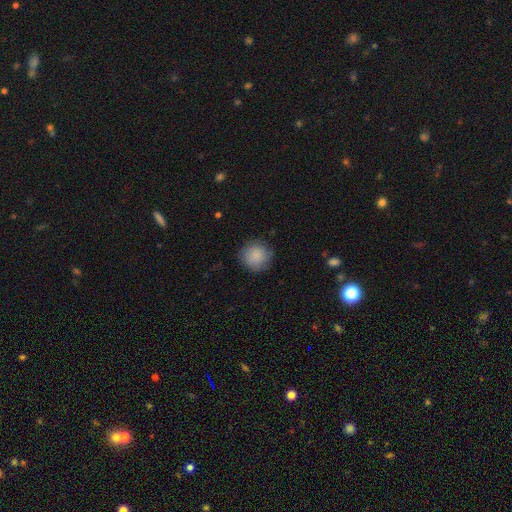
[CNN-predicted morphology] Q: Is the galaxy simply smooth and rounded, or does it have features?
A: smooth — 87%.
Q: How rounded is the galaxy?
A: round — 92%.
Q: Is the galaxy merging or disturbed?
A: none — 84%.